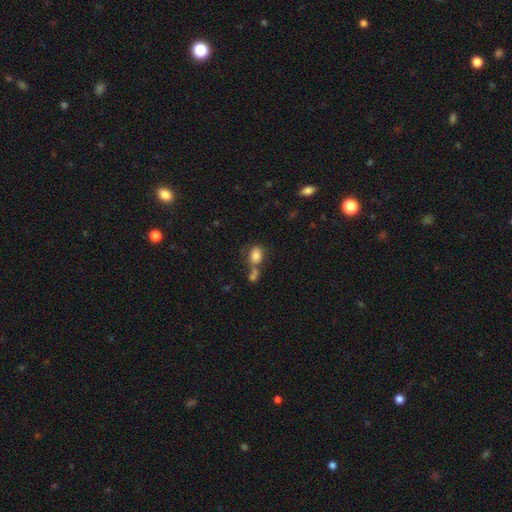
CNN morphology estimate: smooth 82%, star or artifact 9%, featured or disk 9%. Down the decision tree: how rounded — in between (72%); merging — none (42%).